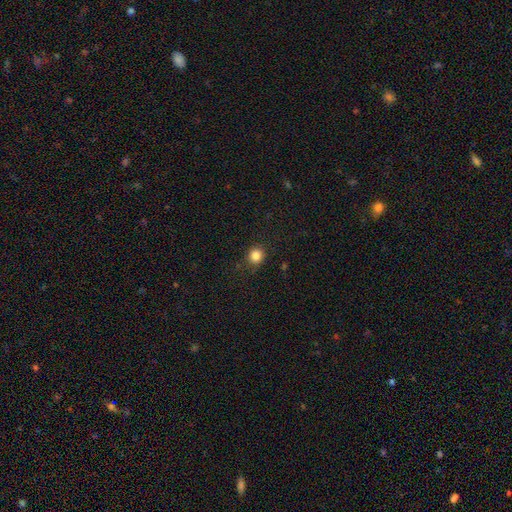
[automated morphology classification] This is clearly a smooth galaxy (85%). How rounded: clearly round (88%). Merging: clearly none (87%).